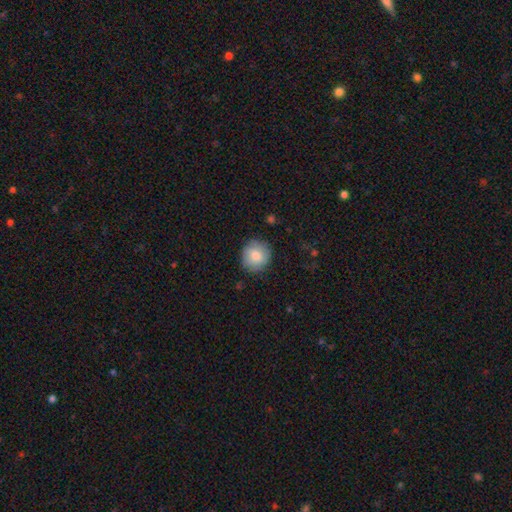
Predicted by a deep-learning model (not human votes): This appears to be a smooth galaxy with no disk features (82%) that is round (90%). Merging: none (85%).